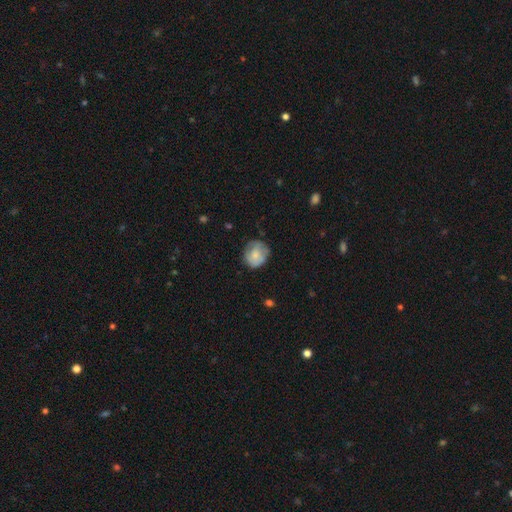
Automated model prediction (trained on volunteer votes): Smooth or featured: smooth — 67% (featured or disk — 26%)
How rounded: round — 77% (in between — 22%)
Merging: none — 64% (minor disturbance — 26%)